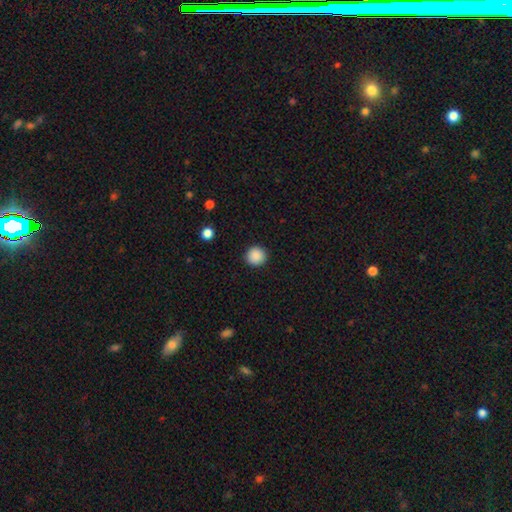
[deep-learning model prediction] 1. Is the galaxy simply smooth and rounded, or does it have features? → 89% smooth, 9% star or artifact, 3% featured or disk.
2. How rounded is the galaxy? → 94% round, 5% in between, 1% cigar-shaped.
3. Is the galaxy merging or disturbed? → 92% none, 5% minor disturbance, 2% major disturbance, 1% merger.